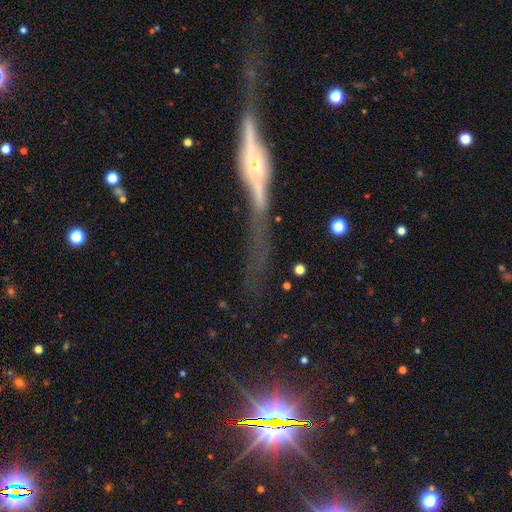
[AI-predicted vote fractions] Overall: featured or disk (79%). Edge-on disk: yes (78%). Edge-on bulge: rounded (76%). Merging: none (52%; major disturbance 22%).